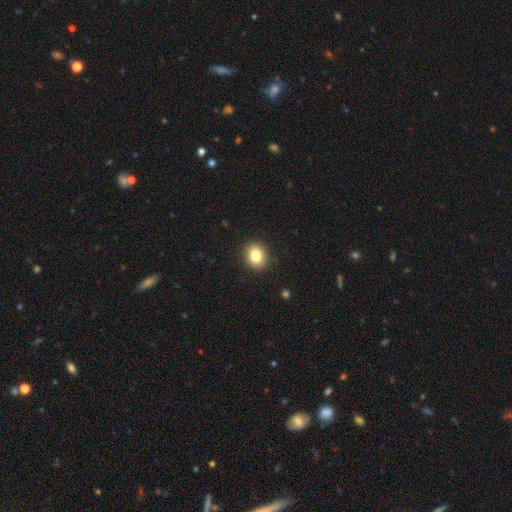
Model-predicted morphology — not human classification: The model was most divided on "how rounded": round: 59%, in between: 40%, cigar-shaped: 1%. More confident: merging — none (90%); smooth or featured — smooth (81%).